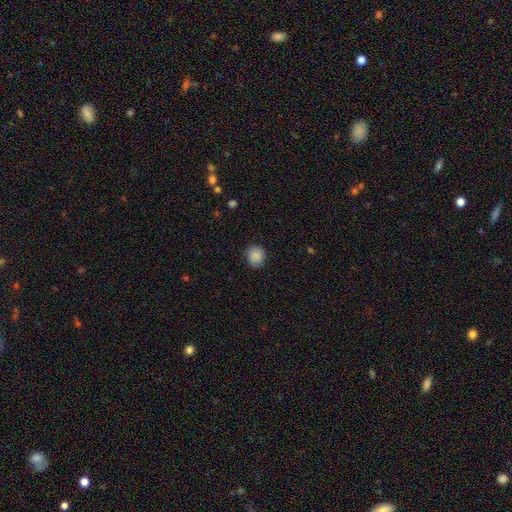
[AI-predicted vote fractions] Smooth or featured?
  - smooth: 87% *
  - star or artifact: 8%
  - featured or disk: 4%
How rounded?
  - round: 82% *
  - in between: 17%
  - cigar-shaped: 1%
Merging?
  - none: 84% *
  - minor disturbance: 12%
  - major disturbance: 3%
  - merger: 1%